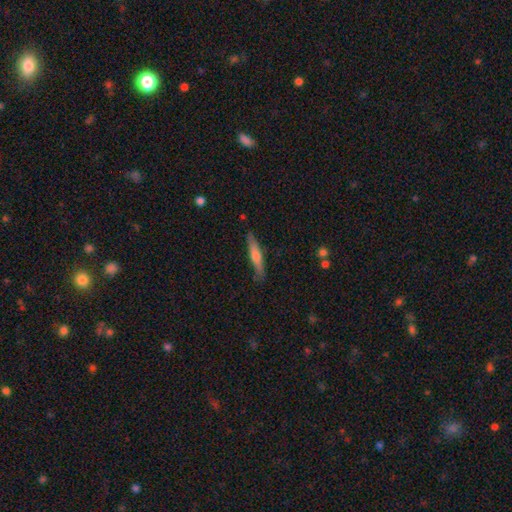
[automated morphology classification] The model was most divided on "smooth or featured": smooth: 51%, featured or disk: 43%, star or artifact: 6%. More confident: how rounded — cigar-shaped (91%); merging — none (87%).